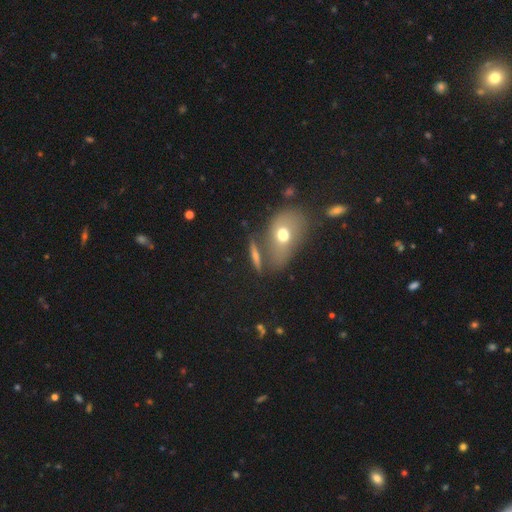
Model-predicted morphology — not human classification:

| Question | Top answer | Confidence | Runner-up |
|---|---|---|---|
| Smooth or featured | smooth | 49% | featured or disk (35%) |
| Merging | none | 65% | merger (16%) |